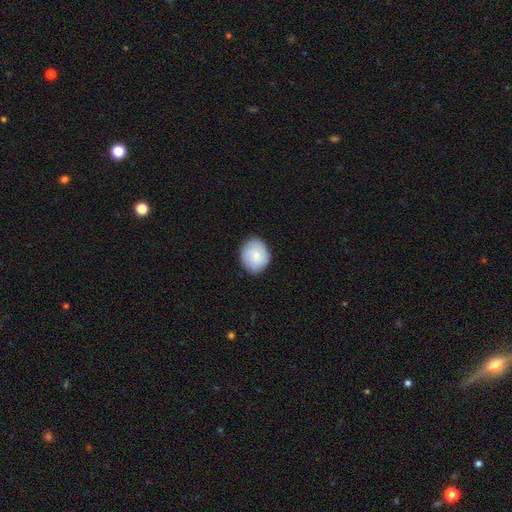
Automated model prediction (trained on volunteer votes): Smooth or featured: smooth — 81% (featured or disk — 13%)
How rounded: round — 66% (in between — 34%)
Merging: none — 84% (minor disturbance — 12%)